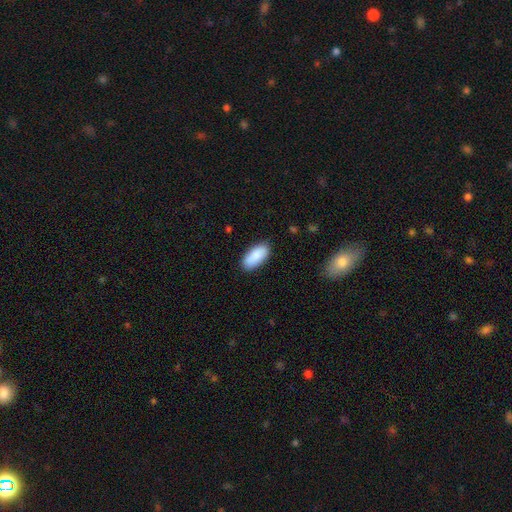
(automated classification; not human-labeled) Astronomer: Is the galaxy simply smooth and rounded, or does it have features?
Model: smooth — 89%.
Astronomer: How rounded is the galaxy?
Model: in between — 91%.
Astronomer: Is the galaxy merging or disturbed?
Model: none — 85%.